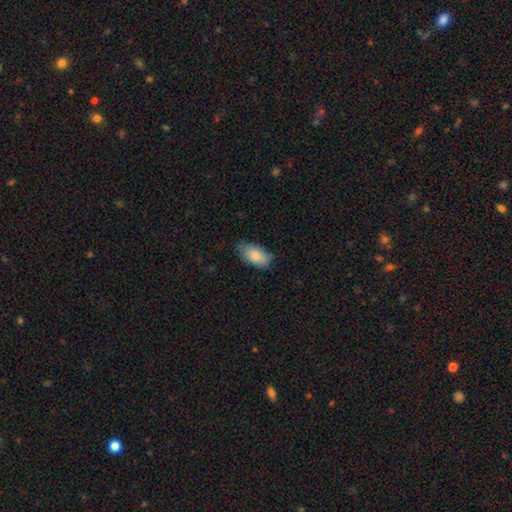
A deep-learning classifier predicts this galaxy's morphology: type=smooth (85%); roundness=in between (93%); merging=none (71%).